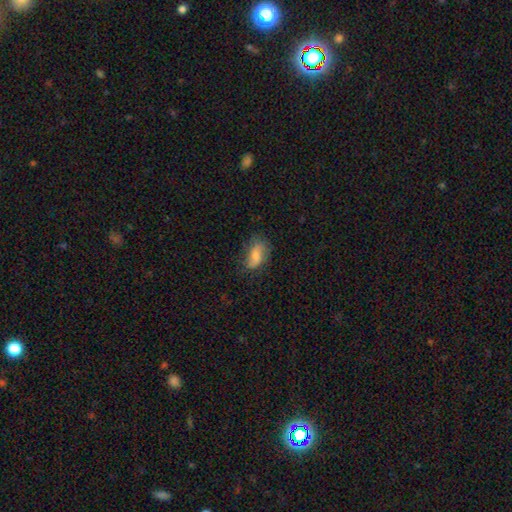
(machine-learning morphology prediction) The model was most divided on "merging": none: 60%, minor disturbance: 27%, major disturbance: 12%, merger: 2%. More confident: how rounded — in between (88%); smooth or featured — smooth (63%).